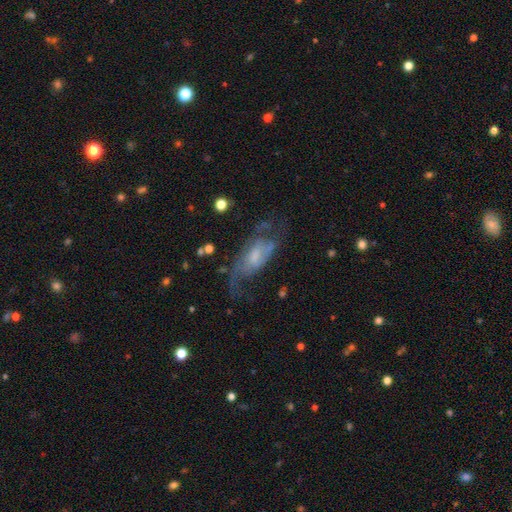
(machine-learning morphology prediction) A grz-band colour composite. It shows a featured or disk galaxy (69%) with no bar (49%), 2 (62%) loose (47%) spiral arms (82%) and a small central bulge (38%). Merging: none (45%).